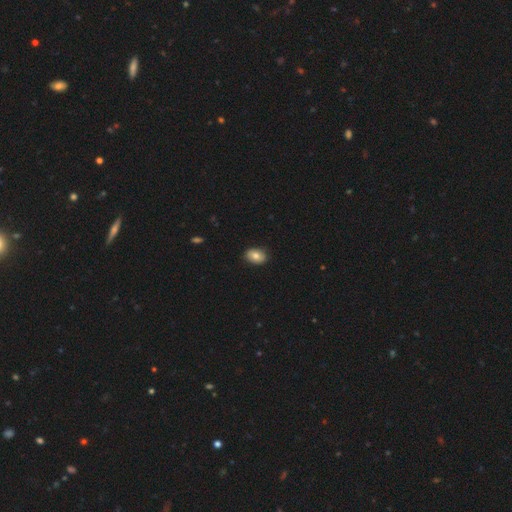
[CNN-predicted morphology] smooth_or_featured: smooth (p=0.80) [alt: featured or disk p=0.12]
how_rounded: in between (p=0.80) [alt: round p=0.19]
merging: none (p=0.87) [alt: minor disturbance p=0.10]